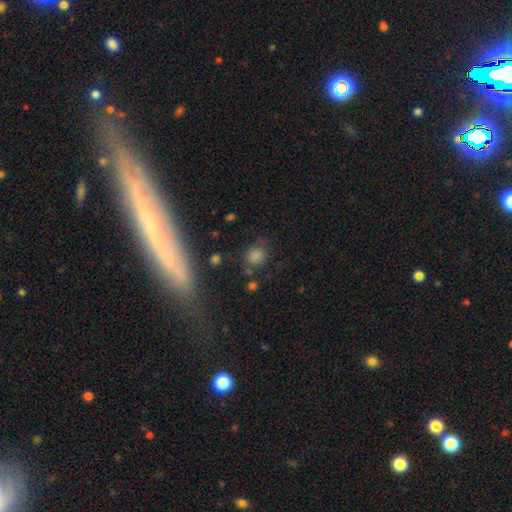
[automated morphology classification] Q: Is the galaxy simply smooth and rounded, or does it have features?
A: smooth — 76%.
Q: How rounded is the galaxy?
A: round — 75%.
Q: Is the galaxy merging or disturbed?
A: none — 73%.